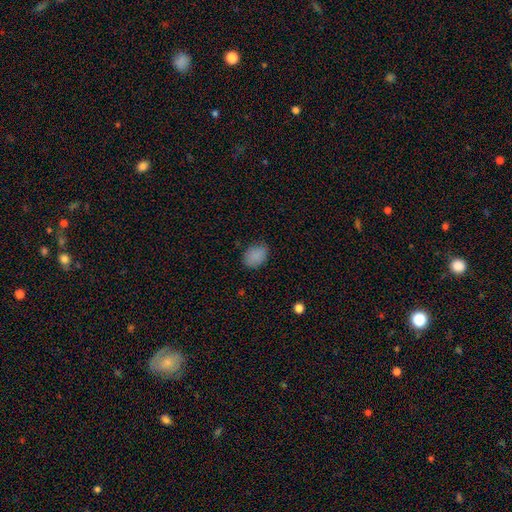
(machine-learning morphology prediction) This appears to be a smooth galaxy with no disk features (86%) that is in between round and cigar-shaped (67%). Merging: none (78%).